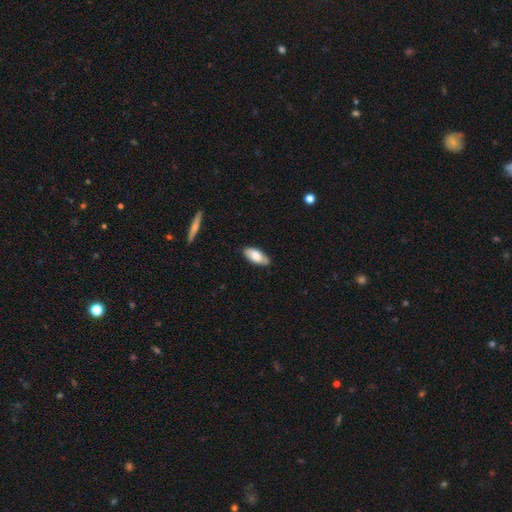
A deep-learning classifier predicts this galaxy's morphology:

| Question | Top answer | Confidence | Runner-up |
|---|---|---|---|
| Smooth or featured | smooth | 75% | featured or disk (19%) |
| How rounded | in between | 86% | cigar-shaped (12%) |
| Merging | none | 80% | minor disturbance (16%) |